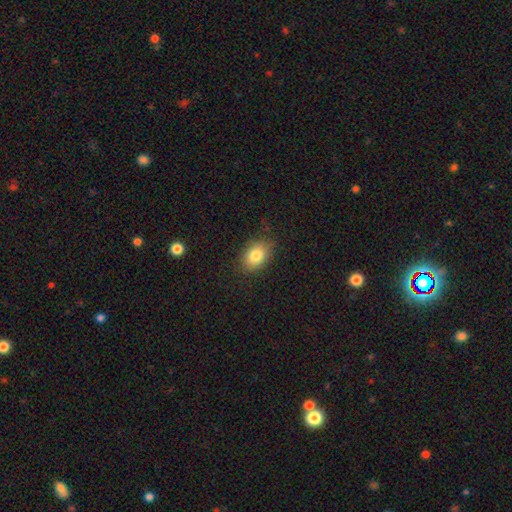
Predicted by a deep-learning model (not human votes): Morphology: type=smooth (82%); roundness=in between (79%); merging=none (83%).